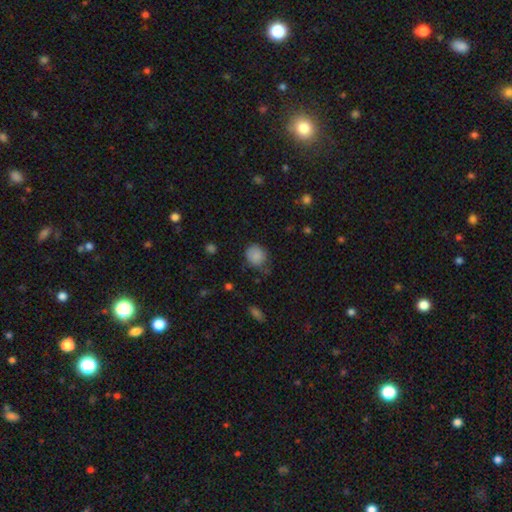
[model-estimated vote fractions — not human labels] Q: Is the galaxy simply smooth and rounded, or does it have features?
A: smooth — 85%.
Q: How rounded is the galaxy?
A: round — 71%.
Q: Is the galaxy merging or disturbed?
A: none — 59%.